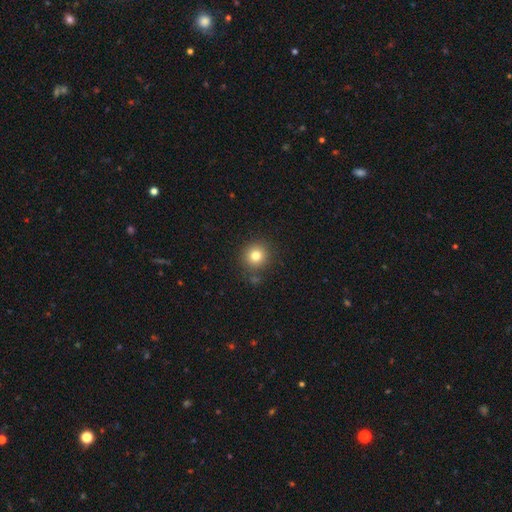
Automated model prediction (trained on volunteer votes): The model was most divided on "smooth or featured": smooth: 79%, star or artifact: 13%, featured or disk: 8%. More confident: how rounded — round (93%); merging — none (84%).